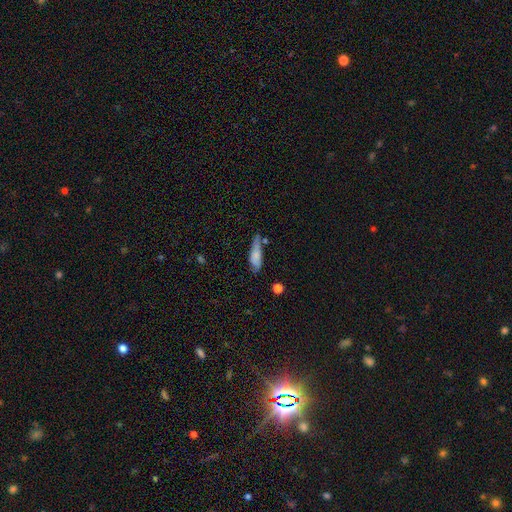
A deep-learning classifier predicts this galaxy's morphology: smooth_or_featured: smooth (p=0.73) [alt: featured or disk p=0.19]
how_rounded: cigar-shaped (p=0.50) [alt: in between p=0.47]
merging: none (p=0.50) [alt: minor disturbance p=0.33]